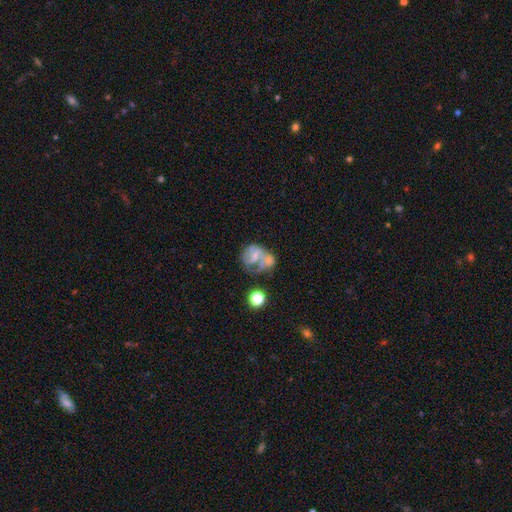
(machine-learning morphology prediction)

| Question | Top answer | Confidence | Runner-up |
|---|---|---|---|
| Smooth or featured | featured or disk | 55% | smooth (33%) |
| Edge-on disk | no | 98% | yes (2%) |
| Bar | no | 68% | weak (24%) |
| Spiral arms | no | 60% | yes (40%) |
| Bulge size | none | 46% | small (31%) |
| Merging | major disturbance | 30% | none (28%) |